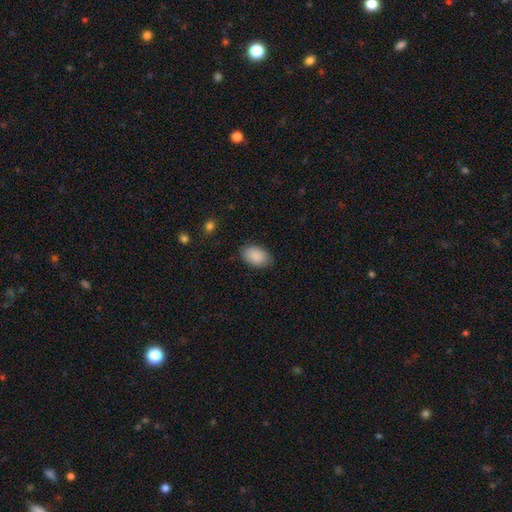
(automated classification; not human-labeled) Smooth or featured? Predicted: smooth (p=0.90). How rounded? Predicted: in between (p=0.91). Merging? Predicted: none (p=0.84).